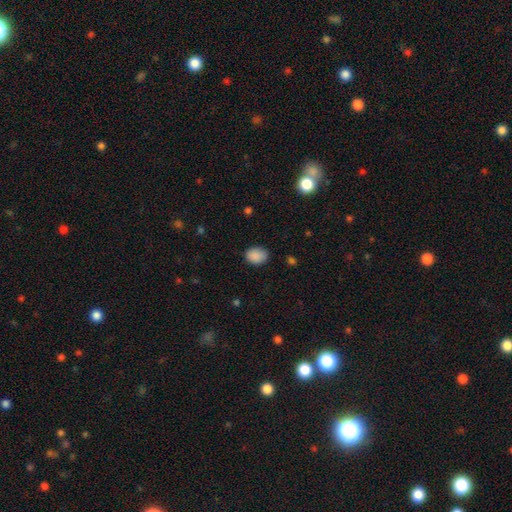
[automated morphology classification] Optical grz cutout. It shows a smooth galaxy with no disk features (89%) that is in between round and cigar-shaped (66%). Merging: none (82%).